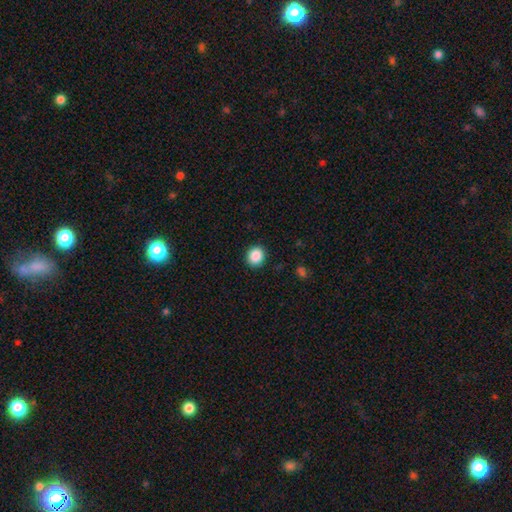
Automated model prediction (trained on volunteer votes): Smooth or featured? smooth (89%)
How rounded? round (80%)
Merging? none (91%)